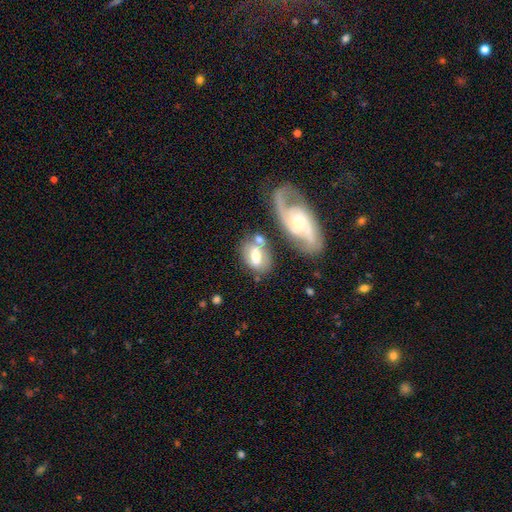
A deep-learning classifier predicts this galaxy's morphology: Q: Smooth or featured?
A: smooth (49%); runner-up: featured or disk (44%)
Q: Merging?
A: none (41%); runner-up: merger (33%)